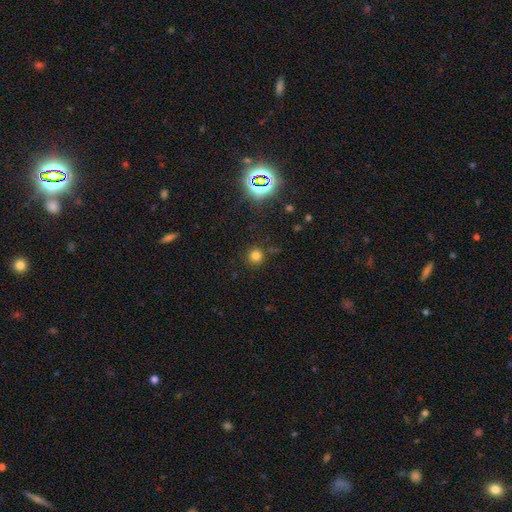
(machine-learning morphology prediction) type=smooth (74%); roundness=round (93%); merging=none (85%).